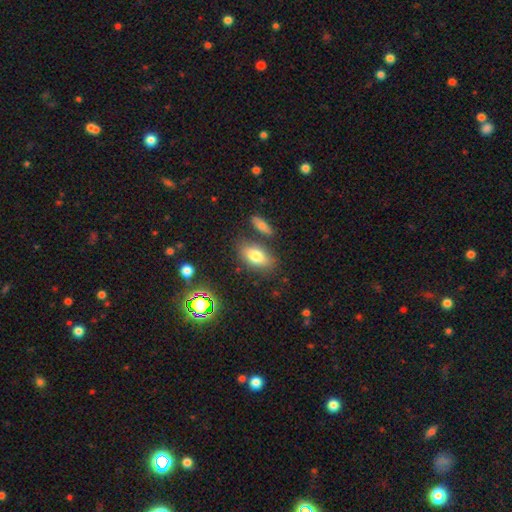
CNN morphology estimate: Q: Smooth or featured?
A: smooth (78%); runner-up: featured or disk (13%)
Q: How rounded?
A: in between (88%); runner-up: round (7%)
Q: Merging?
A: none (75%); runner-up: minor disturbance (13%)